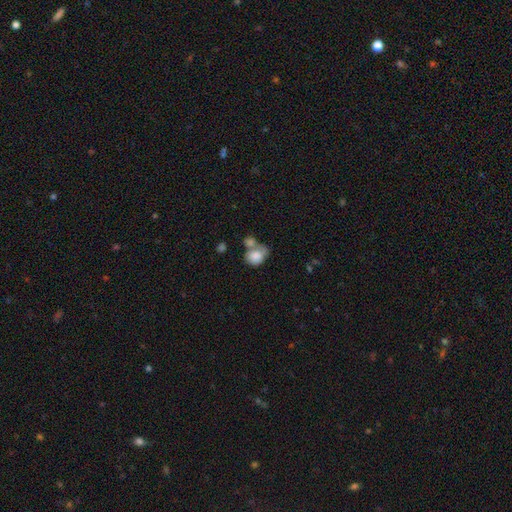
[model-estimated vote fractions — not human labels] smooth 80%, featured or disk 13%, star or artifact 7%. Down the decision tree: how rounded — in between (51%); merging — merger (50%).